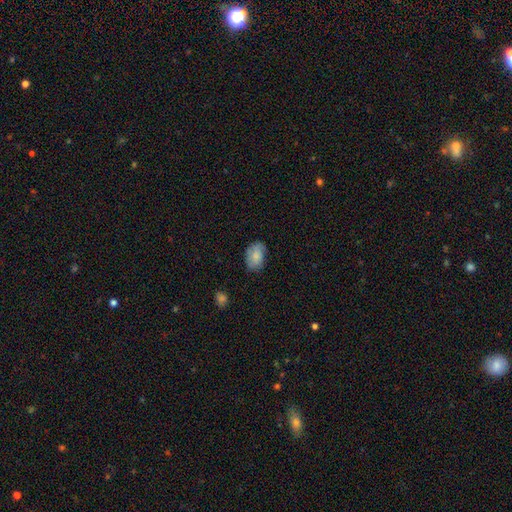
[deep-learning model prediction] This appears to be a smooth galaxy with no disk features (79%) that is in between round and cigar-shaped (86%). Merging: none (70%).